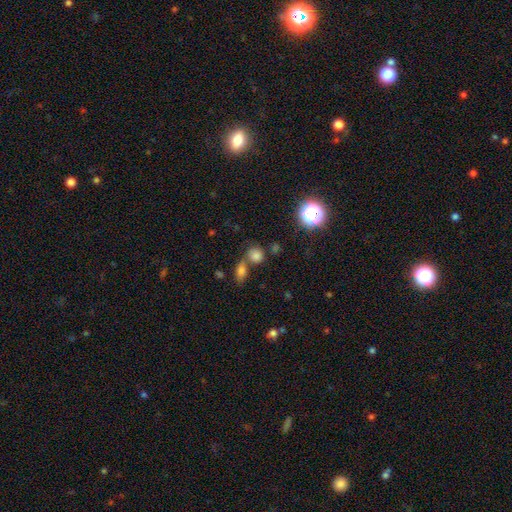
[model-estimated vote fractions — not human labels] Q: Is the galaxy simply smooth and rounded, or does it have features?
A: smooth — 75%.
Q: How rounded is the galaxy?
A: round — 70%.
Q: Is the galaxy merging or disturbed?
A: none — 50%.